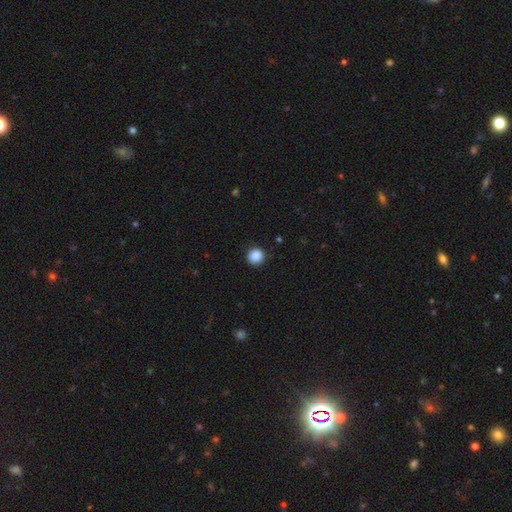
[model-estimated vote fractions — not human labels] The model was most divided on "smooth or featured": smooth: 89%, star or artifact: 9%, featured or disk: 2%. More confident: how rounded — round (94%); merging — none (91%).